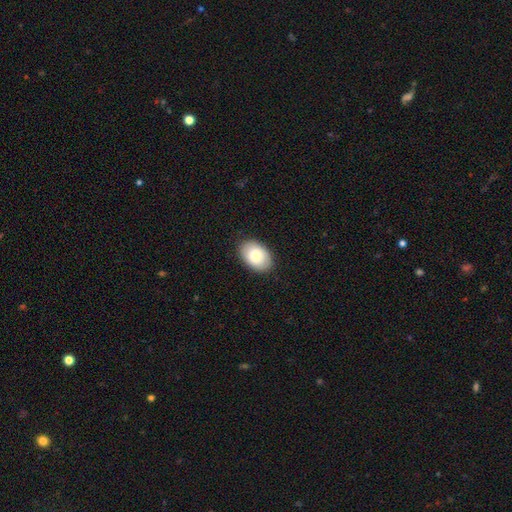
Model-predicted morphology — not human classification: Smooth or featured? smooth (82%)
How rounded? in between (88%)
Merging? none (88%)